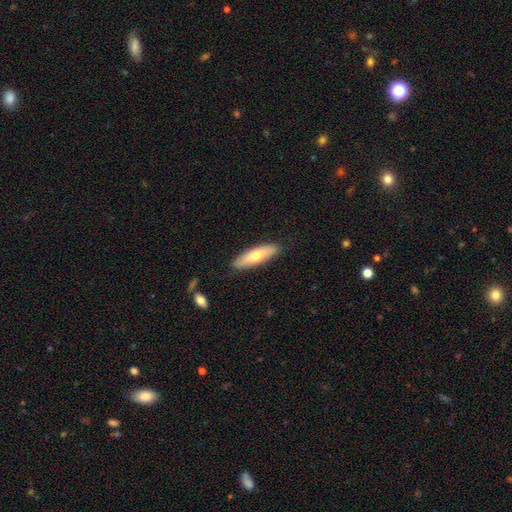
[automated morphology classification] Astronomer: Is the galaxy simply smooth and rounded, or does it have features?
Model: smooth — 66%.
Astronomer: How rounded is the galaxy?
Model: cigar-shaped — 58% (runner-up: in between, 40%).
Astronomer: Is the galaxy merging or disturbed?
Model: none — 87%.